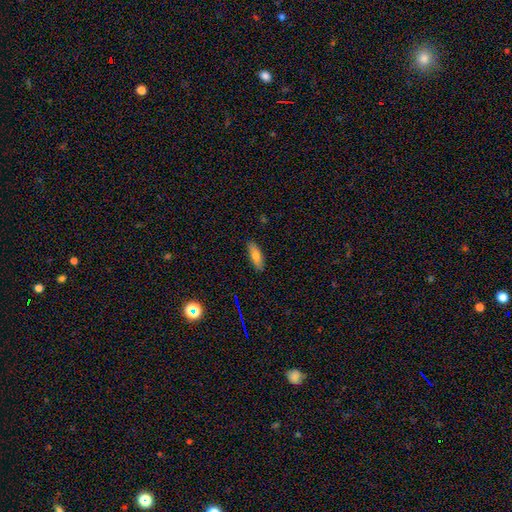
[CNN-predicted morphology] This appears to be a smooth galaxy with no disk features (75%) that is in between round and cigar-shaped (60%). Merging: none (86%).